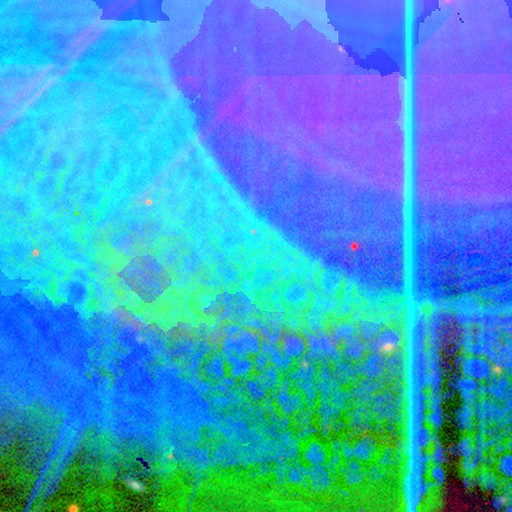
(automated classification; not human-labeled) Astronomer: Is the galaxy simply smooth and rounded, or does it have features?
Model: star or artifact — 88%.